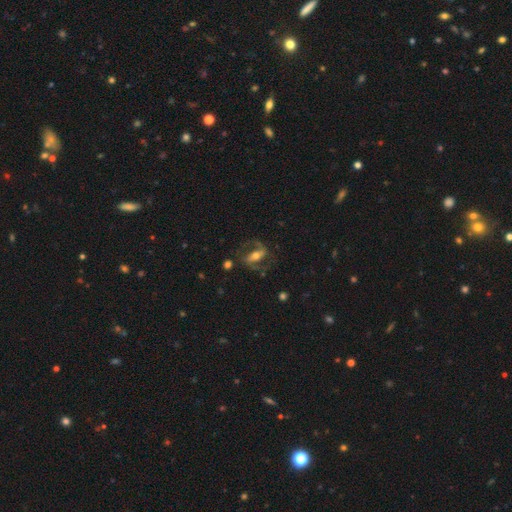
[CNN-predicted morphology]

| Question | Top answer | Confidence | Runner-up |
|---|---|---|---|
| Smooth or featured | featured or disk | 81% | smooth (13%) |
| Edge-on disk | no | 93% | yes (7%) |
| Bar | strong | 58% | weak (26%) |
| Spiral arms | yes | 92% | no (8%) |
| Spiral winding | medium | 53% | loose (30%) |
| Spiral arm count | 2 | 90% | can't tell (4%) |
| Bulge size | moderate | 62% | small (28%) |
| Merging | none | 71% | minor disturbance (14%) |